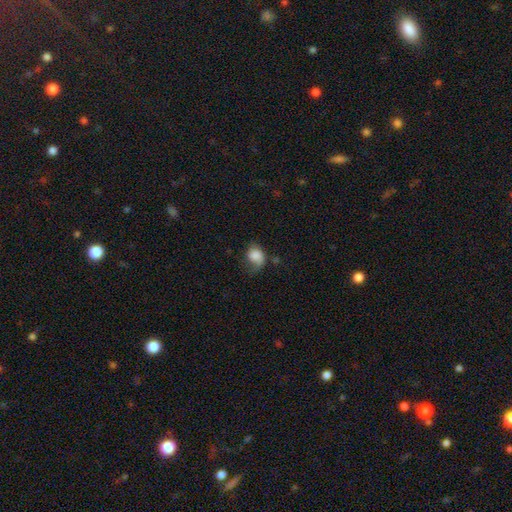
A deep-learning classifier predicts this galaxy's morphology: Smooth or featured?
  - smooth: 76% *
  - featured or disk: 15%
  - star or artifact: 8%
How rounded?
  - in between: 52% *
  - round: 47%
  - cigar-shaped: 1%
Merging?
  - none: 35% * (tied)
  - minor disturbance: 35% * (tied)
  - major disturbance: 27%
  - merger: 3%